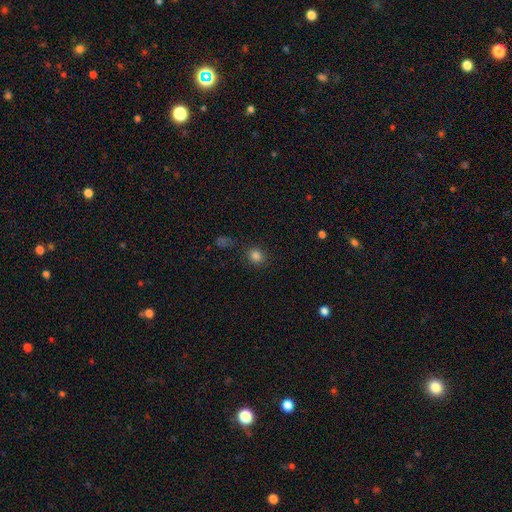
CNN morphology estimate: A smooth galaxy with no disk features (81%) that is round (77%).

Vote fractions:
- Smooth or featured? smooth: 81% / star or artifact: 14% / featured or disk: 5%
- How rounded? round: 77% / in between: 22% / cigar-shaped: 1%
- Merging? none: 82% / minor disturbance: 10% / major disturbance: 4% / merger: 3%